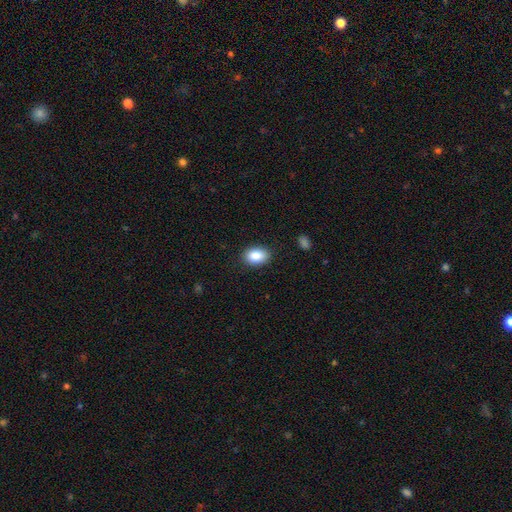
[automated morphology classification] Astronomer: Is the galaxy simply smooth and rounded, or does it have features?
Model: smooth — 87%.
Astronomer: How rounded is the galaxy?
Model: in between — 82%.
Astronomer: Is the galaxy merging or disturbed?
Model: none — 87%.